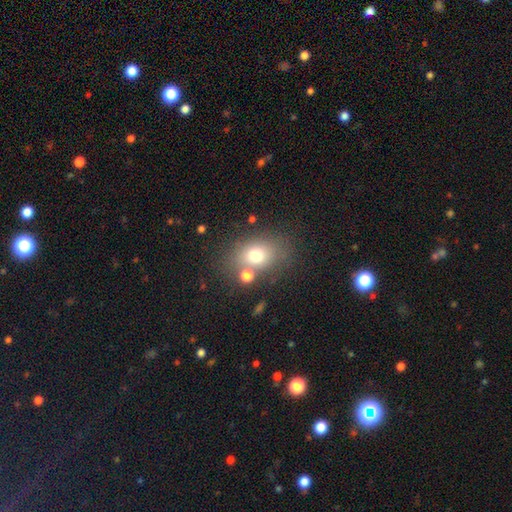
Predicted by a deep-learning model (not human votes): This appears to be a smooth galaxy with no disk features (72%) that is in between round and cigar-shaped (65%). Merging: none (66%).